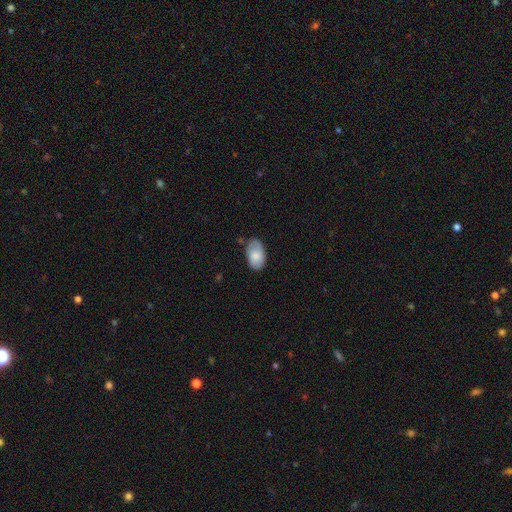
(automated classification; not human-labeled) Smooth or featured? smooth (80%)
How rounded? in between (94%)
Merging? none (70%)